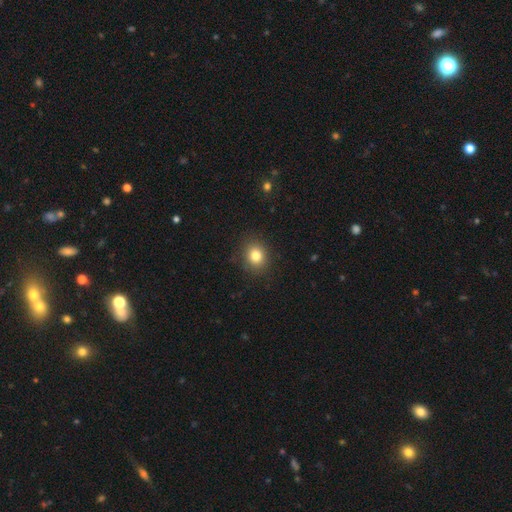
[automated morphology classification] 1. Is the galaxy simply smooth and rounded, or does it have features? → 81% smooth, 12% star or artifact, 7% featured or disk.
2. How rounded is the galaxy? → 72% round, 27% in between, 1% cigar-shaped.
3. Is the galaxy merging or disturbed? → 88% none, 8% minor disturbance, 3% major disturbance, 1% merger.